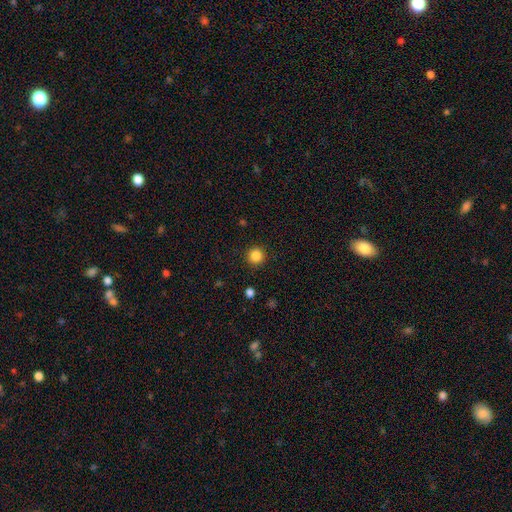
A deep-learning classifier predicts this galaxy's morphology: This is clearly a smooth galaxy (85%). How rounded: clearly round (95%). Merging: clearly none (92%).